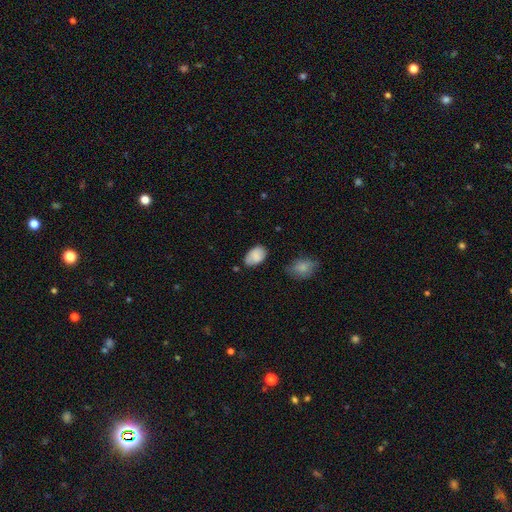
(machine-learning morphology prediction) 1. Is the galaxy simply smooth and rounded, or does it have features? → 85% smooth, 8% featured or disk, 7% star or artifact.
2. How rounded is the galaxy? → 91% in between, 8% round, 1% cigar-shaped.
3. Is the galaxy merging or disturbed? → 70% none, 23% minor disturbance, 4% major disturbance, 3% merger.